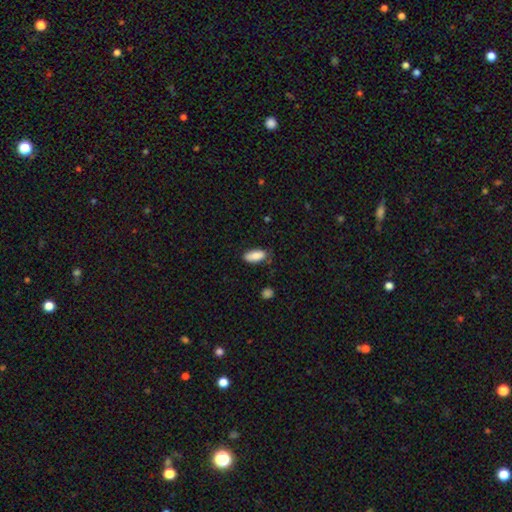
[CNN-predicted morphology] type=smooth (87%); roundness=in between (83%); merging=none (72%).